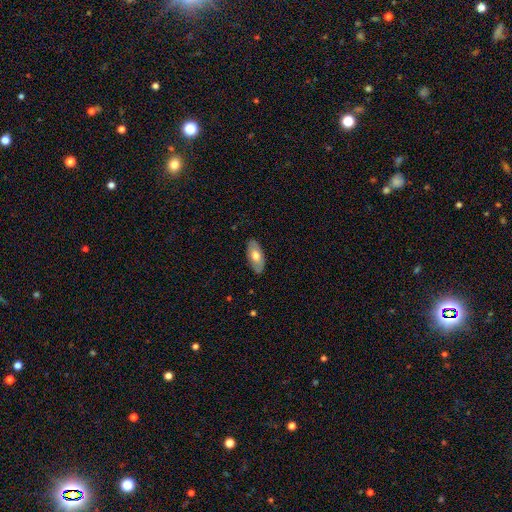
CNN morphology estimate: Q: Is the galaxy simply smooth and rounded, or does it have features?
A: smooth — 60%.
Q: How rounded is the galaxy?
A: in between — 92%.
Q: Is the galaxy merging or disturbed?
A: none — 85%.